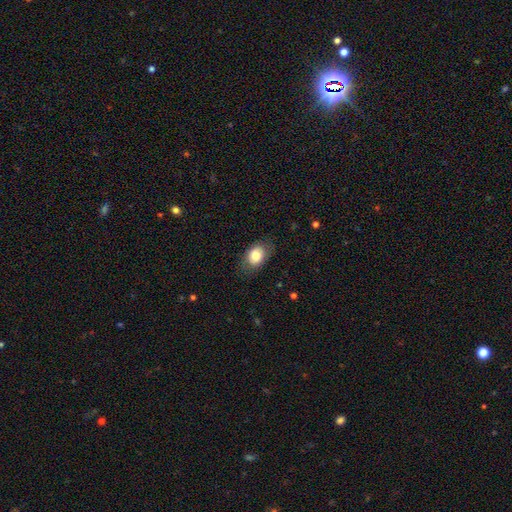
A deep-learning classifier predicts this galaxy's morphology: This appears to be a smooth galaxy with no disk features (79%) that is in between round and cigar-shaped (71%). Merging: none (77%).